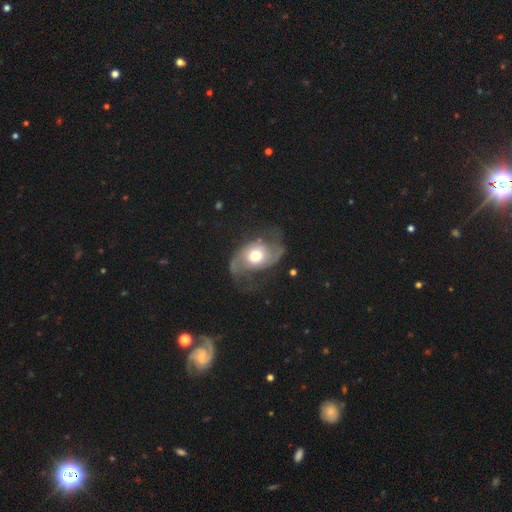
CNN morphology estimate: Smooth or featured: featured or disk — 77% (smooth — 17%)
Edge-on disk: no — 96% (yes — 4%)
Bar: no — 70% (weak — 24%)
Spiral arms: yes — 88% (no — 12%)
Spiral winding: loose — 53% (medium — 36%)
Spiral arm count: 2 — 89% (can't tell — 5%)
Bulge size: moderate — 61% (large — 27%)
Merging: none — 54% (major disturbance — 23%)